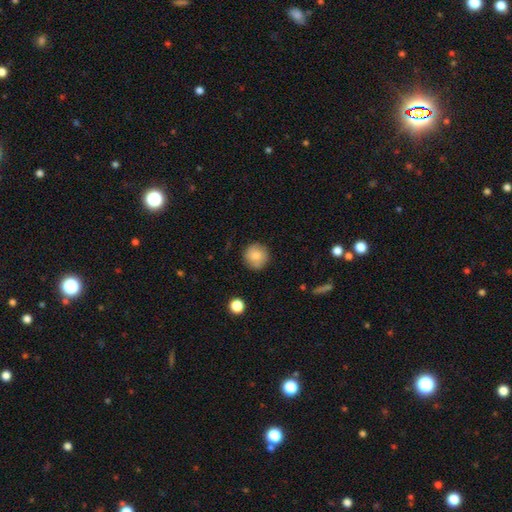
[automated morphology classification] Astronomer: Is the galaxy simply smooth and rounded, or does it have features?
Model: smooth — 81%.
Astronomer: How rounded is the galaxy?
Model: round — 93%.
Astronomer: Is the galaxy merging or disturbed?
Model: none — 84%.